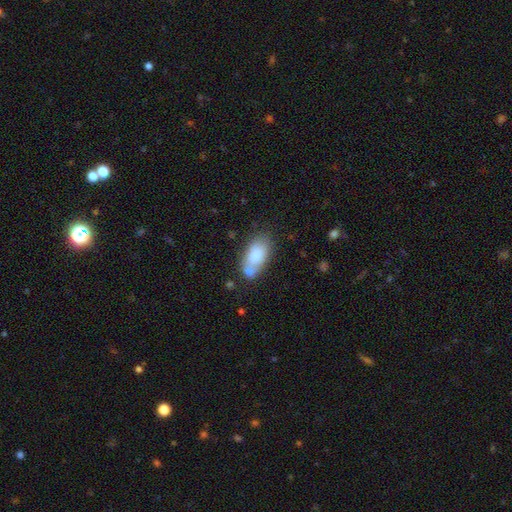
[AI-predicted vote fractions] This appears to be a smooth galaxy with no disk features (79%) that is in between round and cigar-shaped (91%). Merging: none (49%).